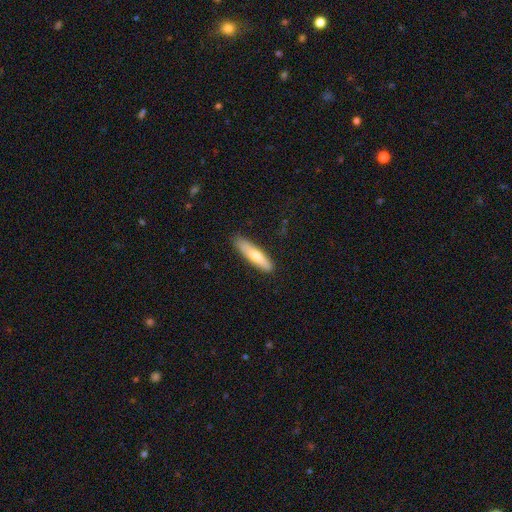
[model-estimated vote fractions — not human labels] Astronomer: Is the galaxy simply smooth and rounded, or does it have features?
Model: smooth — 65%.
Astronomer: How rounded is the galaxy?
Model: cigar-shaped — 81%.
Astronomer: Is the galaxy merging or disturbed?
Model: none — 86%.